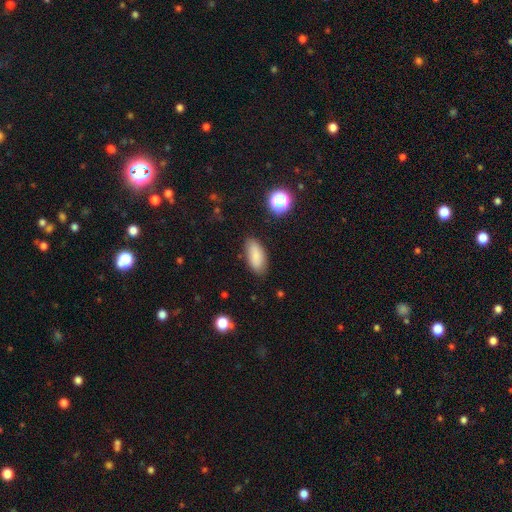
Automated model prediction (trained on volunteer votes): Smooth or featured? smooth (84%)
How rounded? in between (87%)
Merging? none (83%)